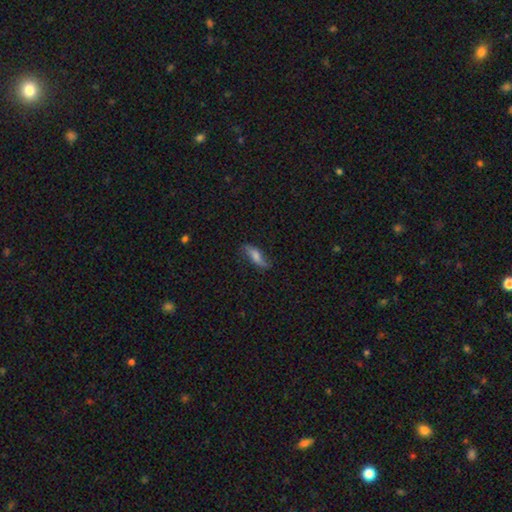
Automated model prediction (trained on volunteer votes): smooth_or_featured: smooth (p=0.51) [alt: featured or disk p=0.41]
how_rounded: in between (p=0.53) [alt: cigar-shaped p=0.43]
merging: none (p=0.72) [alt: minor disturbance p=0.20]